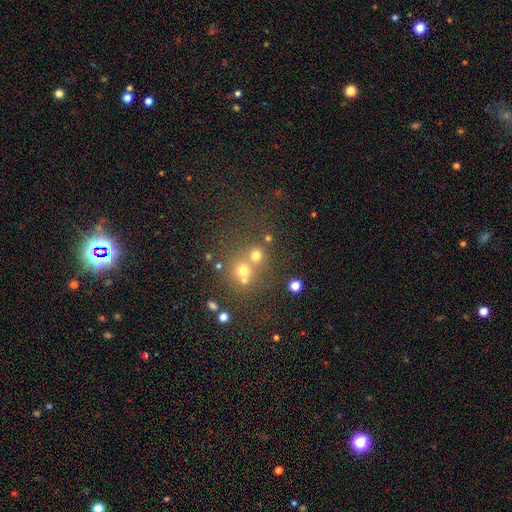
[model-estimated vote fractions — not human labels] Overall: smooth (65%). How rounded: round (86%). Merging: none (55%; merger 33%).